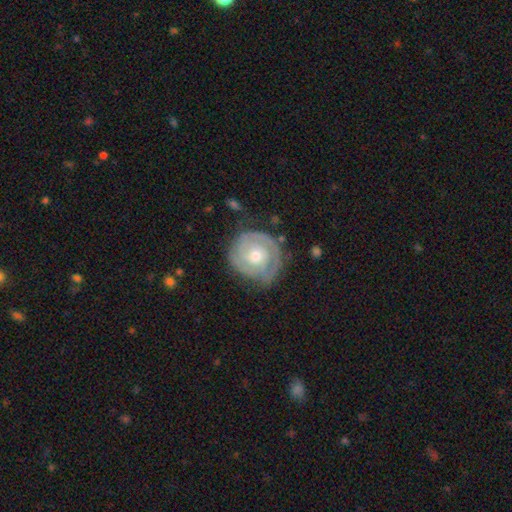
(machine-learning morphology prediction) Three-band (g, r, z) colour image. It shows a featured or disk galaxy (79%) with no bar (77%), 2 (42%) tight (78%) spiral arms (90%) and a moderate central bulge (65%). Merging: none (73%).